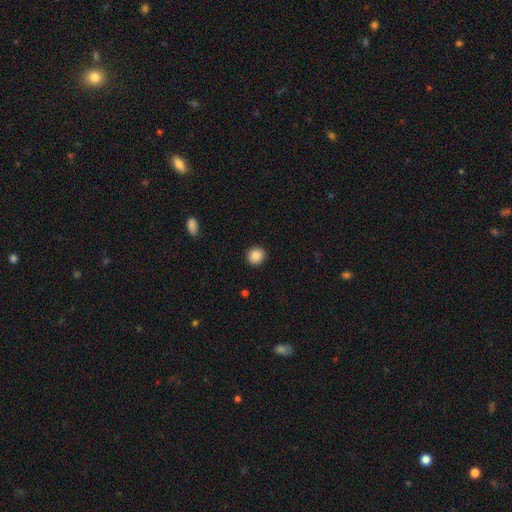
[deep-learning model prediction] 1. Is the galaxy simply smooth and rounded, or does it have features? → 87% smooth, 9% star or artifact, 4% featured or disk.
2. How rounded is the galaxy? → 91% round, 8% in between, 1% cigar-shaped.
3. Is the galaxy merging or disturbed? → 93% none, 5% minor disturbance, 2% major disturbance, 1% merger.